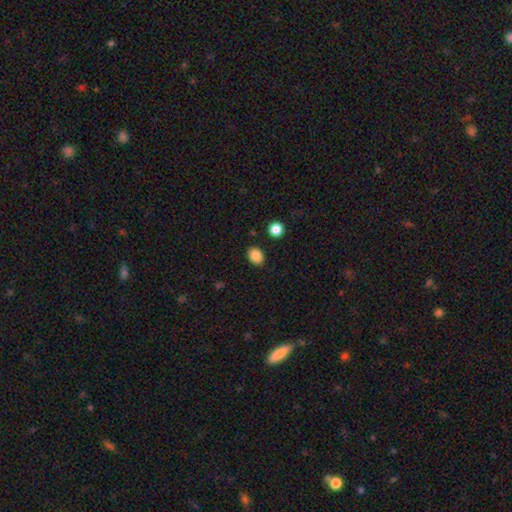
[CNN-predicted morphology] This appears to be a smooth galaxy with no disk features (86%) that is in between round and cigar-shaped (57%). Merging: none (87%).